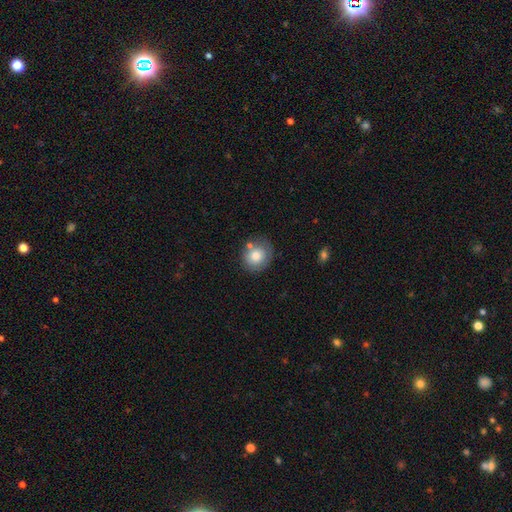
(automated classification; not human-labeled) Smooth or featured?
  - smooth: 77% *
  - featured or disk: 15%
  - star or artifact: 9%
How rounded?
  - round: 83% *
  - in between: 16%
  - cigar-shaped: 1%
Merging?
  - none: 71% *
  - minor disturbance: 16%
  - merger: 9%
  - major disturbance: 4%